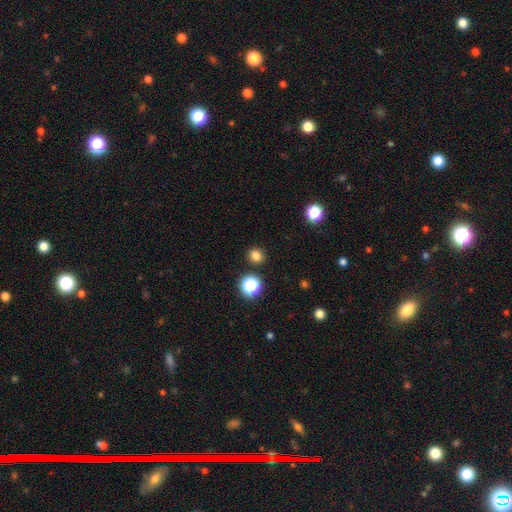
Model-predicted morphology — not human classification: smooth 80%, star or artifact 16%, featured or disk 4%. Down the decision tree: how rounded — round (83%); merging — none (89%).